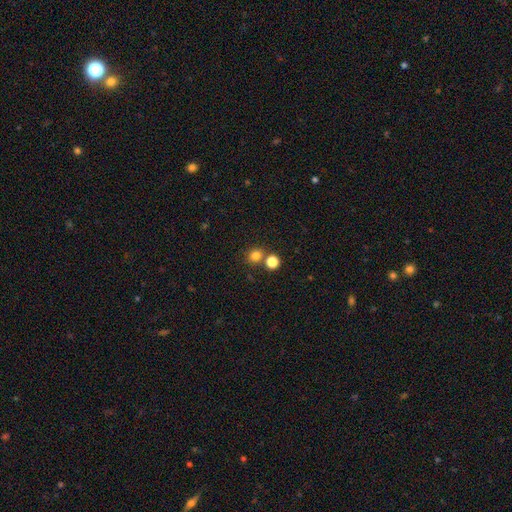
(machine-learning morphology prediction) smooth-or-featured: smooth: 79% | star or artifact: 15% | featured or disk: 5%
  how-rounded: round: 81% | in between: 18% | cigar-shaped: 1%
  merging: none: 68% | merger: 22% | minor disturbance: 8% | major disturbance: 3%